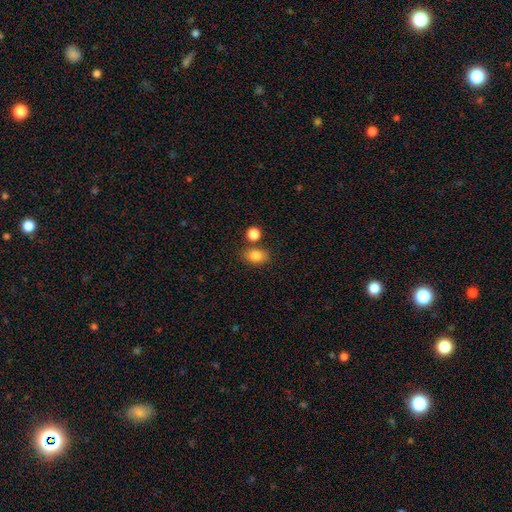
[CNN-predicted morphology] Smooth or featured? smooth (84%)
How rounded? in between (72%)
Merging? none (74%)